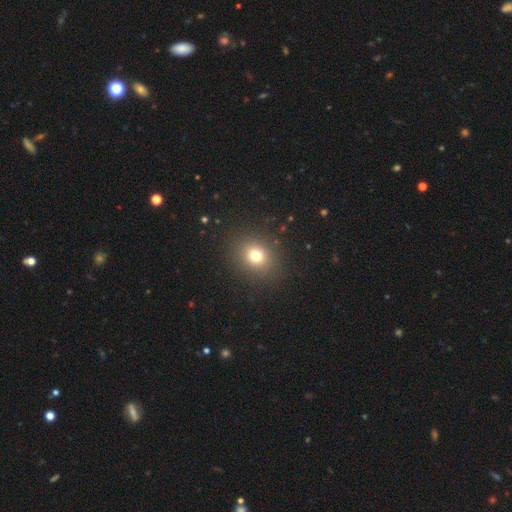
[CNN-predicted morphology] type=smooth (74%); roundness=round (73%); merging=none (88%).